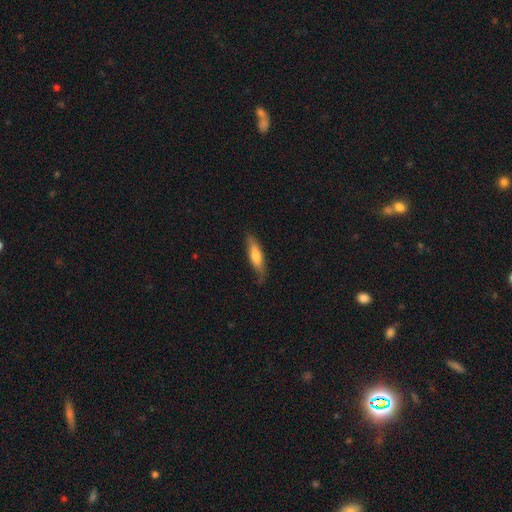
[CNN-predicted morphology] smooth_or_featured: smooth (p=0.67) [alt: featured or disk p=0.28]
how_rounded: cigar-shaped (p=0.67) [alt: in between p=0.31]
merging: none (p=0.74) [alt: minor disturbance p=0.21]